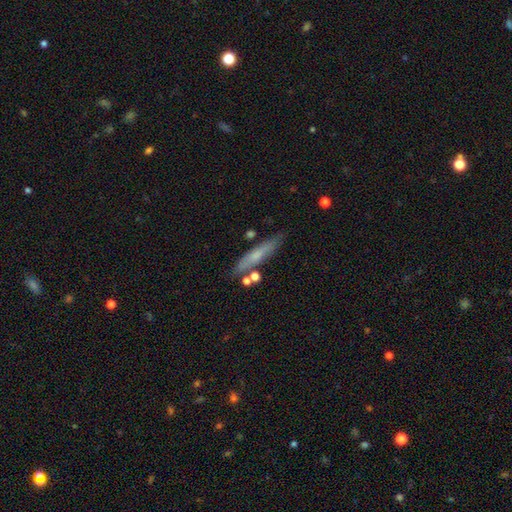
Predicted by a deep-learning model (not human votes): A smooth galaxy with no disk features (55%) that is cigar-shaped (89%). Merging: none (78%).